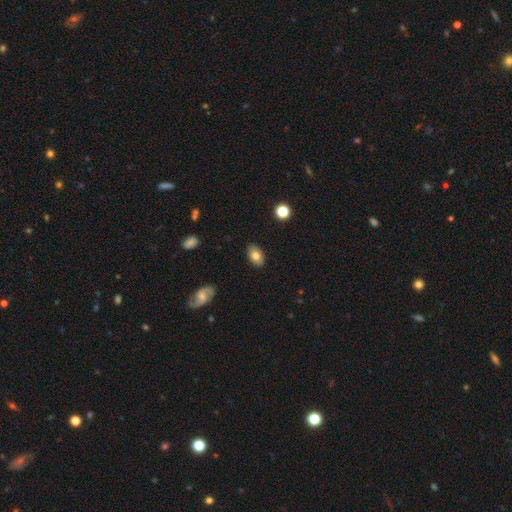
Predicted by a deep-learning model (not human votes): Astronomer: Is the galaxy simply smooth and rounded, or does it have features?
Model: smooth — 78%.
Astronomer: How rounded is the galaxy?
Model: in between — 89%.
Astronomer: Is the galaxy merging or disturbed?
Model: none — 87%.